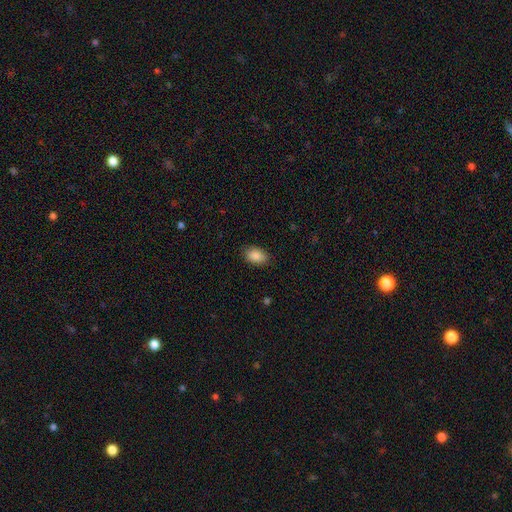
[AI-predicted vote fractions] Smooth or featured: smooth — 89% (star or artifact — 7%)
How rounded: in between — 90% (round — 9%)
Merging: none — 86% (minor disturbance — 11%)